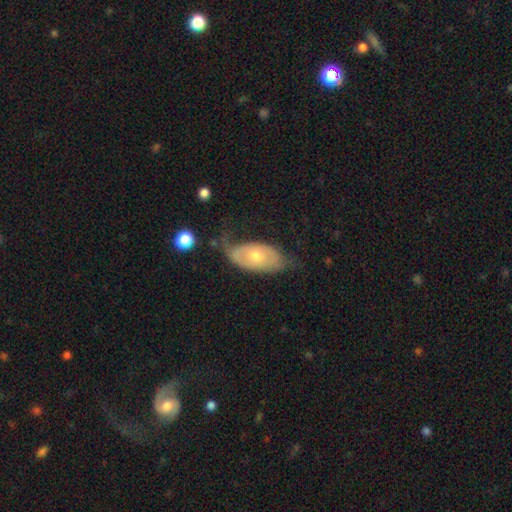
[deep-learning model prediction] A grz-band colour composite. It shows a featured or disk galaxy (52%). Merging: none (40%).